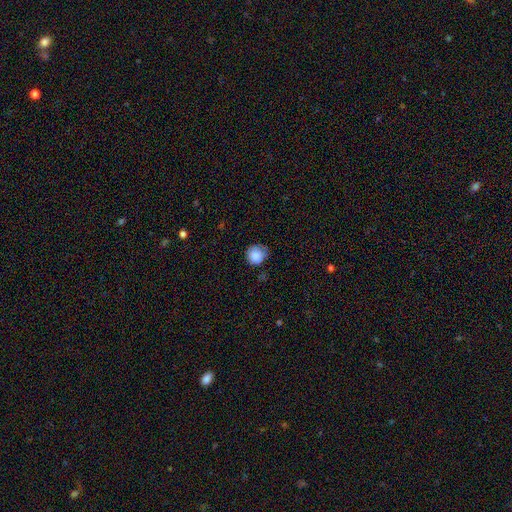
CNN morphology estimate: The model was most divided on "merging": none: 64%, minor disturbance: 28%, major disturbance: 6%, merger: 2%. More confident: how rounded — round (90%); smooth or featured — smooth (86%).